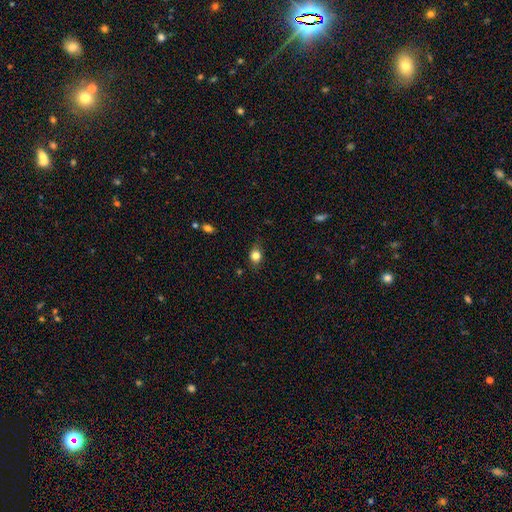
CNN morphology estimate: type=smooth (81%); roundness=round (50%); merging=none (77%).